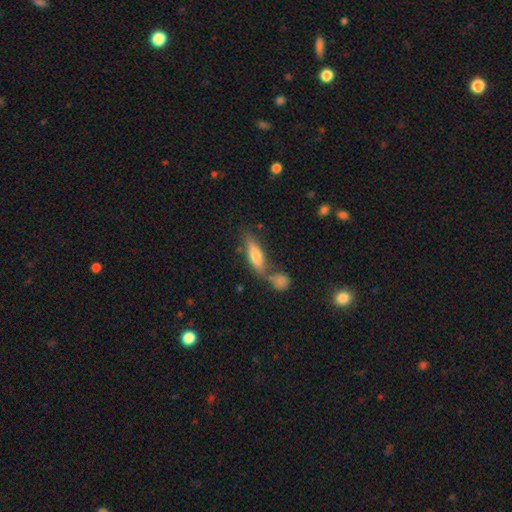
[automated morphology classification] smooth-or-featured: smooth: 57% | featured or disk: 36% | star or artifact: 7%
  how-rounded: cigar-shaped: 57% | in between: 40% | round: 3%
  merging: none: 56% | merger: 23% | minor disturbance: 15% | major disturbance: 6%